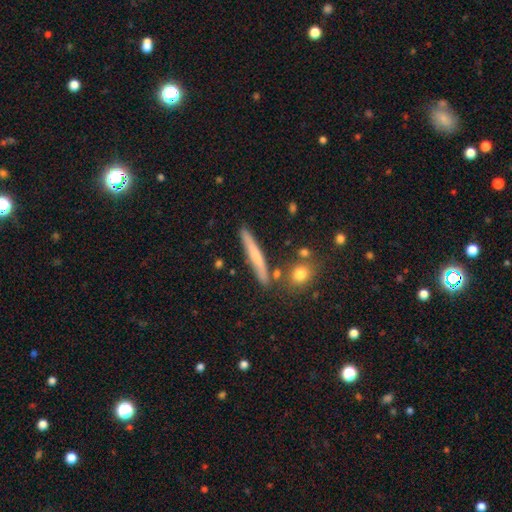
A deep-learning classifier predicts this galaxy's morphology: smooth_or_featured: smooth (p=0.56) [alt: featured or disk p=0.37]
how_rounded: cigar-shaped (p=0.93) [alt: in between p=0.04]
merging: none (p=0.82) [alt: minor disturbance p=0.11]